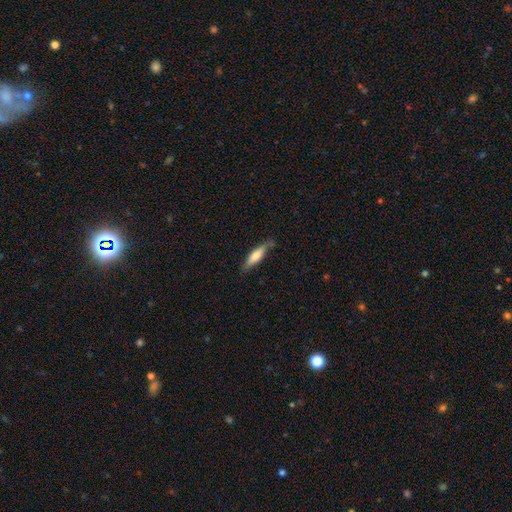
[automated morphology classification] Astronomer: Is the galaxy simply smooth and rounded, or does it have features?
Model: smooth — 61%.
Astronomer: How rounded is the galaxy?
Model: cigar-shaped — 74%.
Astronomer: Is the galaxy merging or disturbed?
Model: none — 73%.